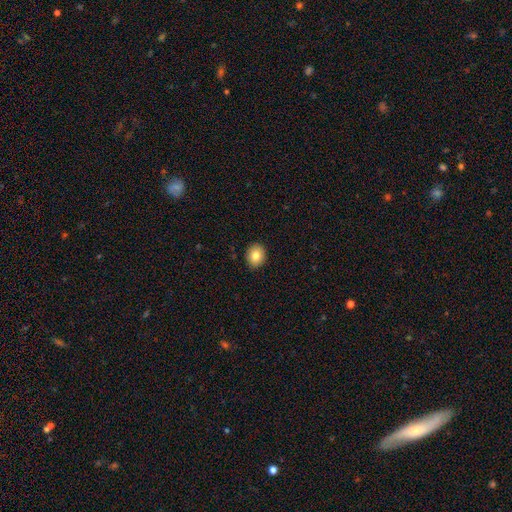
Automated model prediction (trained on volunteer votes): A smooth galaxy with no disk features (82%) that is round (65%).

Vote fractions:
- Smooth or featured? smooth: 82% / star or artifact: 9% / featured or disk: 9%
- How rounded? round: 65% / in between: 35% / cigar-shaped: 1%
- Merging? none: 91% / minor disturbance: 7% / major disturbance: 2% / merger: 1%